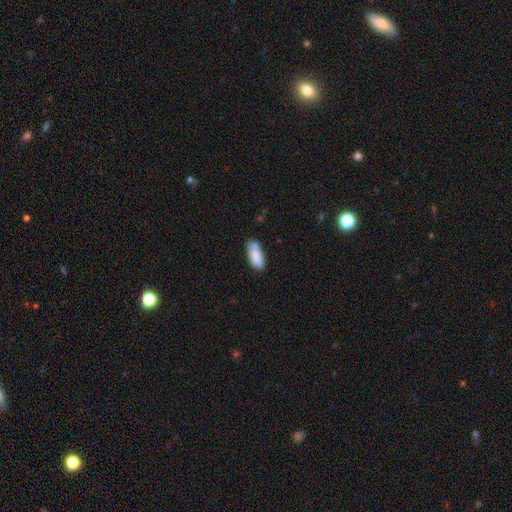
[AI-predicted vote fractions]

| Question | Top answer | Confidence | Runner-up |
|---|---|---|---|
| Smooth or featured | smooth | 86% | featured or disk (8%) |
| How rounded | in between | 84% | cigar-shaped (14%) |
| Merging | none | 69% | minor disturbance (22%) |